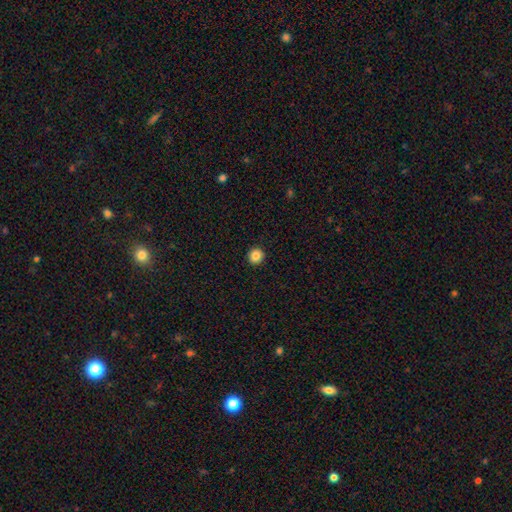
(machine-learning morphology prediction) The model was most divided on "smooth or featured": smooth: 85%, star or artifact: 10%, featured or disk: 5%. More confident: how rounded — round (94%); merging — none (93%).